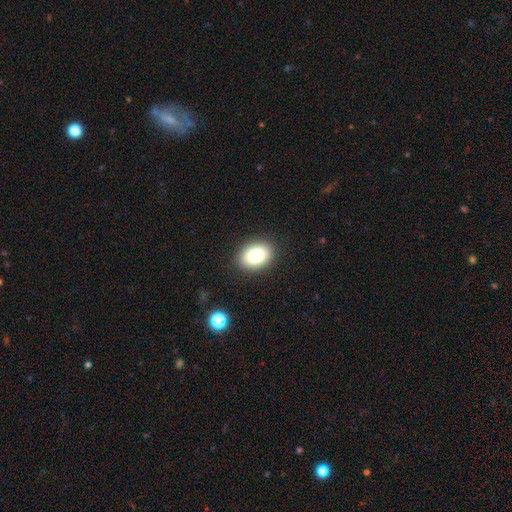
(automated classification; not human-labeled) smooth 83%, star or artifact 9%, featured or disk 8%. Down the decision tree: how rounded — in between (77%); merging — none (89%).